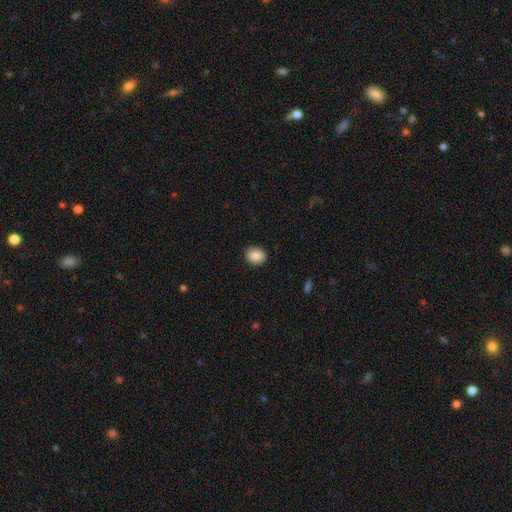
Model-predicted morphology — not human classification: A smooth galaxy with no disk features (86%) that is round (69%). Merging: none (90%).